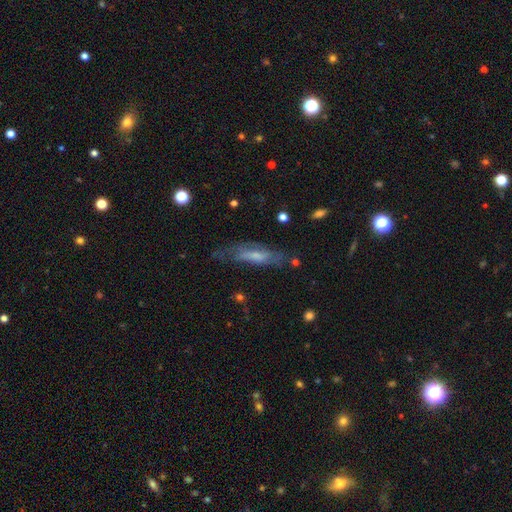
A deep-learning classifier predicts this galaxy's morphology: A featured or disk galaxy (51%).

Vote fractions:
- Smooth or featured? featured or disk: 51% / smooth: 40% / star or artifact: 8%
- Edge-on disk? no: 60% / yes: 40%
- Merging? none: 57% / minor disturbance: 26% / major disturbance: 15% / merger: 3%